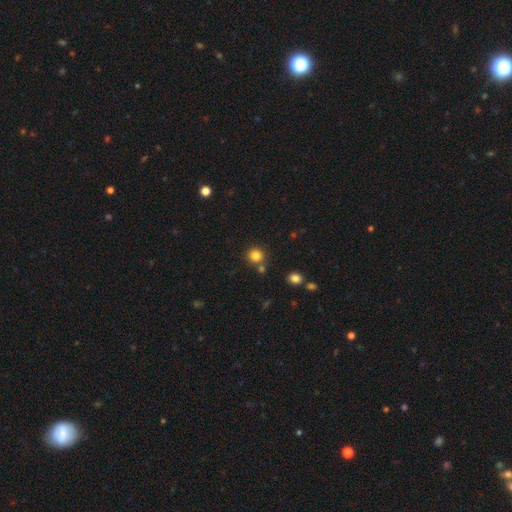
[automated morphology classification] Smooth or featured?
  - smooth: 82% *
  - star or artifact: 13%
  - featured or disk: 5%
How rounded?
  - round: 90% *
  - in between: 9%
  - cigar-shaped: 1%
Merging?
  - none: 77% *
  - merger: 12%
  - minor disturbance: 8%
  - major disturbance: 3%